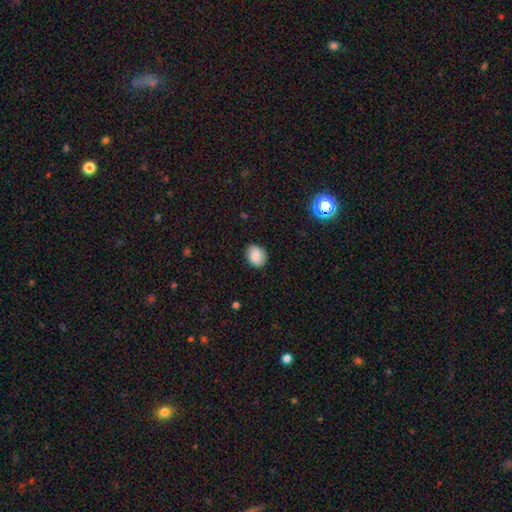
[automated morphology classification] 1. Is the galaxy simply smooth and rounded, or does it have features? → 82% smooth, 10% featured or disk, 9% star or artifact.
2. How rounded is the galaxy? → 61% round, 38% in between, 1% cigar-shaped.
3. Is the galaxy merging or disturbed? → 85% none, 12% minor disturbance, 2% major disturbance, 1% merger.